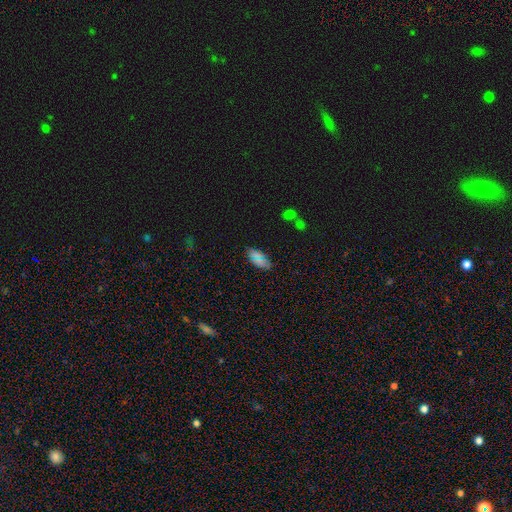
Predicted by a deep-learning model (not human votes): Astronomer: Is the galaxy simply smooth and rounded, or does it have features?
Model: smooth — 52% (runner-up: star or artifact, 36%).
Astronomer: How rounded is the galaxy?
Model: in between — 83%.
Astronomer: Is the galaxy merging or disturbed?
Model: none — 75%.